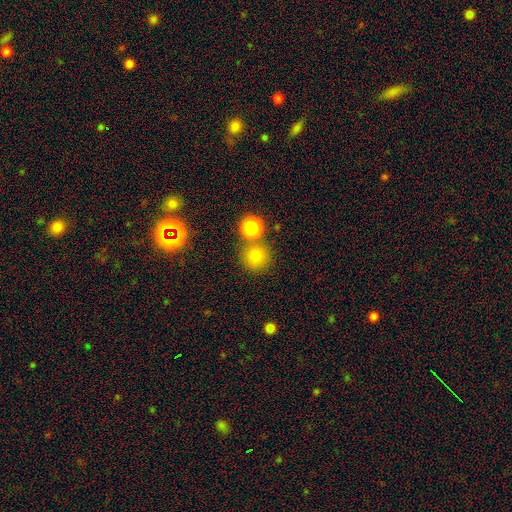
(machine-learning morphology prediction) This is likely a smooth galaxy (78%). How rounded: clearly round (93%). Merging: likely none (72%).